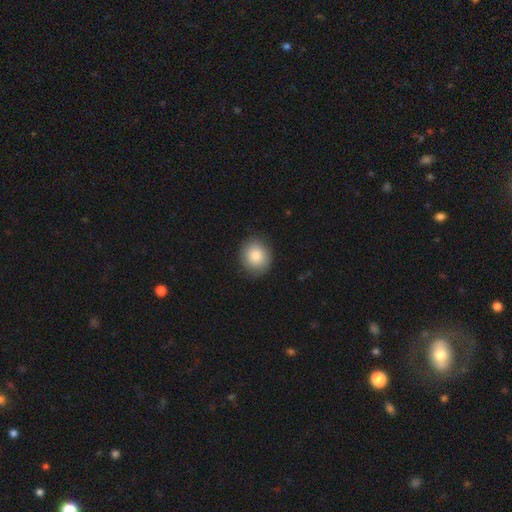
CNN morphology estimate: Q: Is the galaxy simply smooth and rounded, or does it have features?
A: smooth — 84%.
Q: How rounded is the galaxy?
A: round — 79%.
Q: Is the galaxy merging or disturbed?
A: none — 87%.